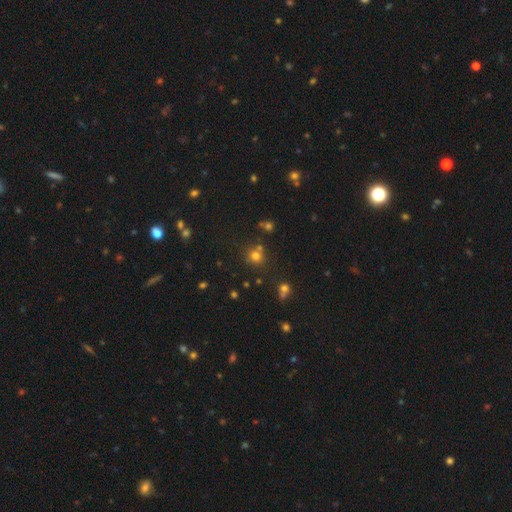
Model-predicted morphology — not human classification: This appears to be a smooth galaxy with no disk features (69%) that is round (87%). Merging: none (70%).